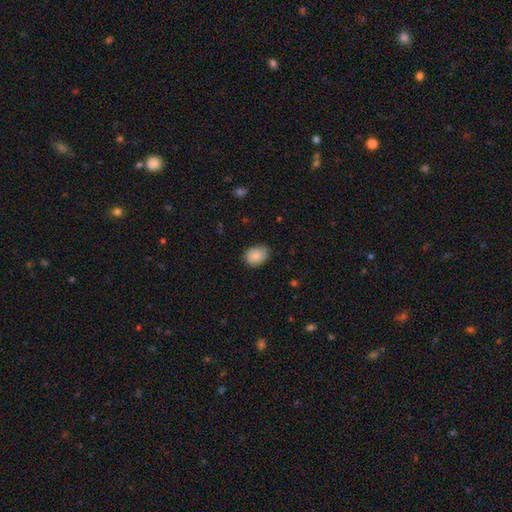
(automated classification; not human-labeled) Overall: smooth (85%). How rounded: in between (51%; round 49%). Merging: none (75%).